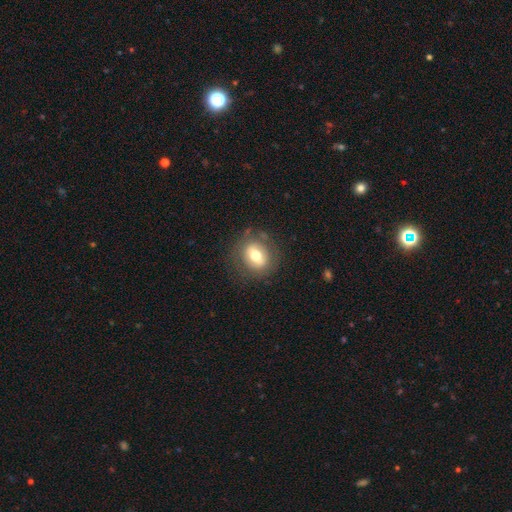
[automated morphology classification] Smooth or featured? Predicted: smooth (p=0.61). How rounded? Predicted: round (p=0.54). Merging? Predicted: none (p=0.80).